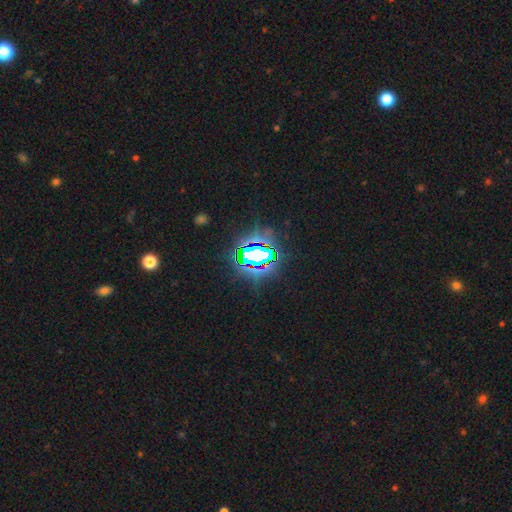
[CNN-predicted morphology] star or artifact 75%, smooth 14%, featured or disk 12%.